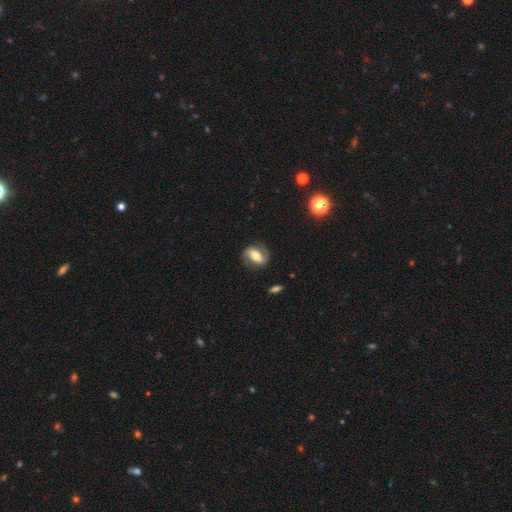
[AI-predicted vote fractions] featured or disk 67%, smooth 26%, star or artifact 7%. Down the decision tree: edge-on disk — no (95%); bar — strong (45%); spiral arms — yes (86%); spiral arm count — 2 (87%); spiral winding — medium (44%); bulge size — moderate (61%); merging — none (78%).